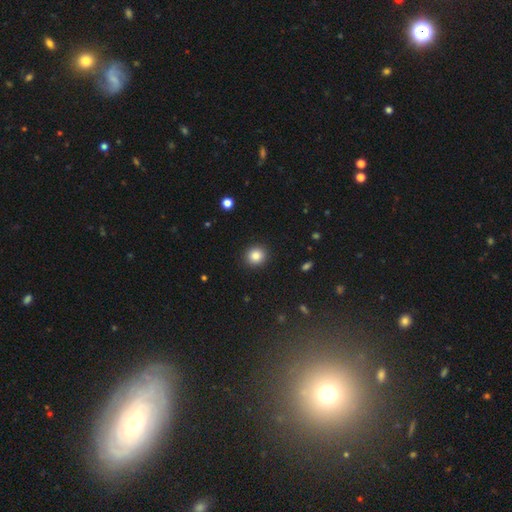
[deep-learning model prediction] The model was most divided on "smooth or featured": smooth: 85%, star or artifact: 10%, featured or disk: 5%. More confident: merging — none (92%); how rounded — round (90%).